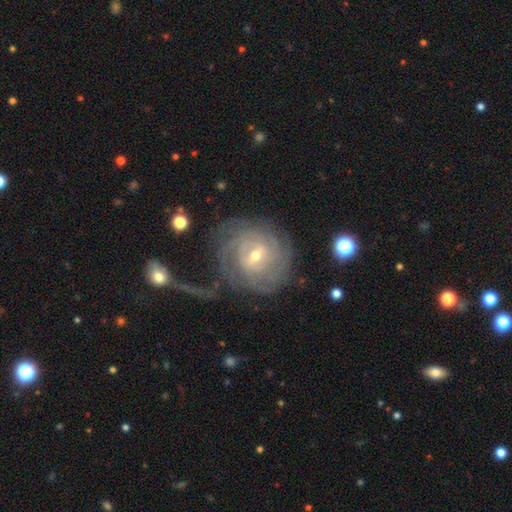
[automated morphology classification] Smooth or featured: featured or disk — 85% (smooth — 9%)
Edge-on disk: no — 97% (yes — 3%)
Bar: weak — 57% (no — 23%)
Spiral arms: yes — 95% (no — 5%)
Spiral winding: tight — 74% (medium — 20%)
Spiral arm count: can't tell — 38% (4 — 17%)
Bulge size: small — 57% (moderate — 39%)
Merging: none — 58% (minor disturbance — 18%)